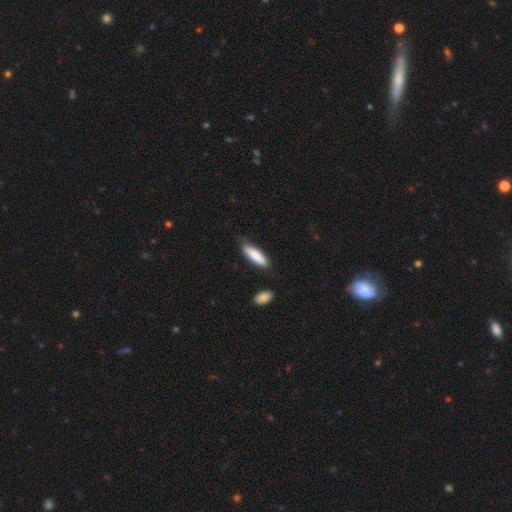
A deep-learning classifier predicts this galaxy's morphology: A smooth galaxy with no disk features (83%) that is cigar-shaped (59%).

Vote fractions:
- Smooth or featured? smooth: 83% / featured or disk: 11% / star or artifact: 6%
- How rounded? cigar-shaped: 59% / in between: 39% / round: 1%
- Merging? none: 76% / minor disturbance: 17% / merger: 4% / major disturbance: 3%